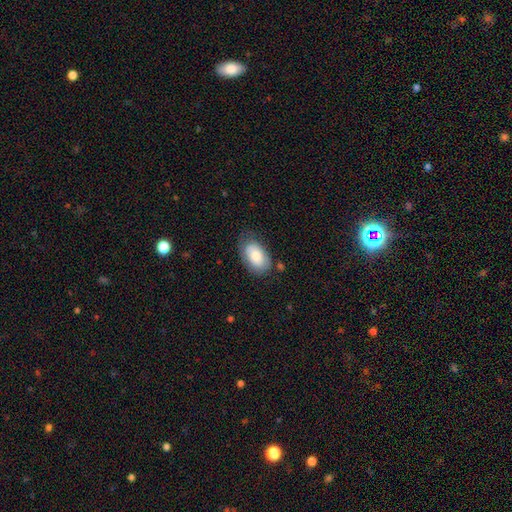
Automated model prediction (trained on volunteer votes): smooth_or_featured: smooth (p=0.71) [alt: featured or disk p=0.23]
how_rounded: in between (p=0.93) [alt: round p=0.06]
merging: none (p=0.62) [alt: minor disturbance p=0.26]